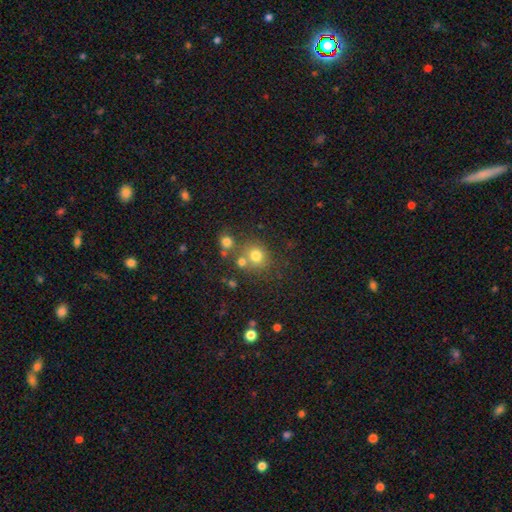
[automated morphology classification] type=smooth (74%); roundness=round (83%); merging=none (62%).